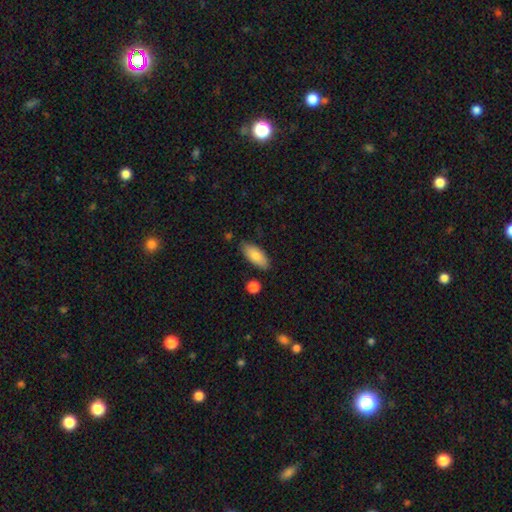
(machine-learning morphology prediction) smooth_or_featured: smooth (p=0.82) [alt: featured or disk p=0.12]
how_rounded: in between (p=0.84) [alt: cigar-shaped p=0.14]
merging: none (p=0.81) [alt: minor disturbance p=0.13]